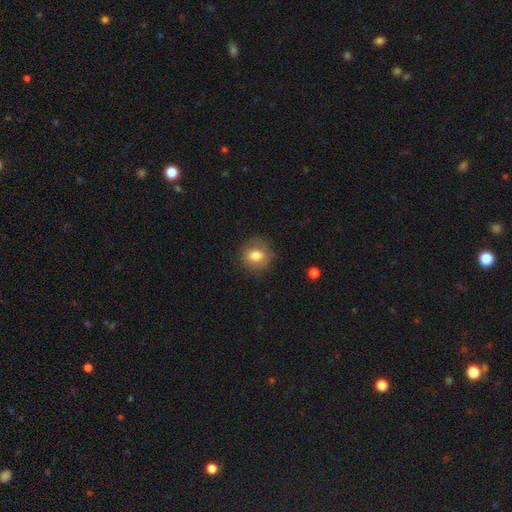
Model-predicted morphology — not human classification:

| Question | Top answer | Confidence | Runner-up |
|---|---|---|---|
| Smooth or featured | smooth | 74% | featured or disk (17%) |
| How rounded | round | 69% | in between (30%) |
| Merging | none | 80% | minor disturbance (14%) |